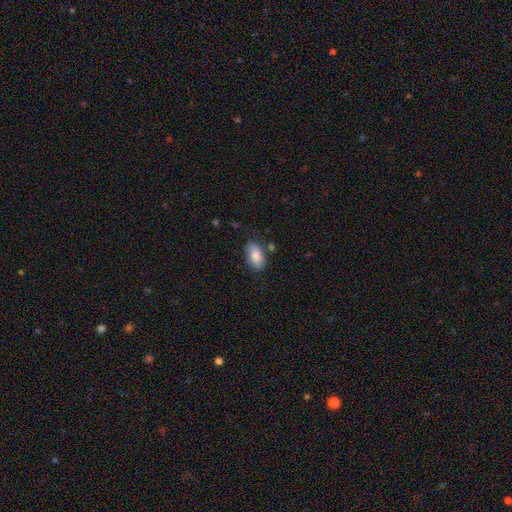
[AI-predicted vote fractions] smooth-or-featured: smooth: 84% | featured or disk: 10% | star or artifact: 7%
  how-rounded: in between: 93% | round: 5% | cigar-shaped: 2%
  merging: none: 71% | minor disturbance: 20% | major disturbance: 5% | merger: 4%